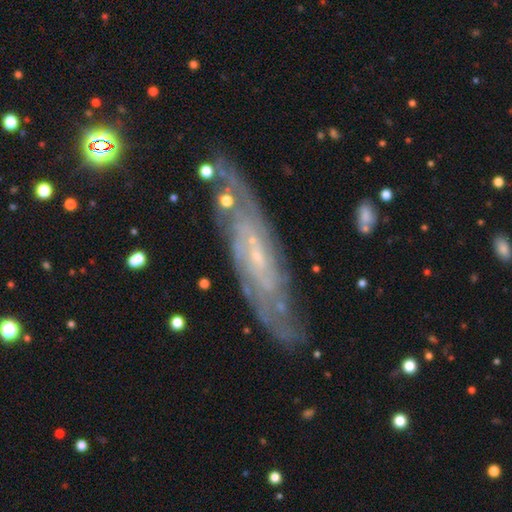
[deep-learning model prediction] smooth_or_featured: featured or disk (p=0.83) [alt: smooth p=0.10]
disk_edge_on: no (p=0.77) [alt: yes p=0.23]
bar: no (p=0.51) [alt: weak p=0.37]
has_spiral_arms: yes (p=0.95) [alt: no p=0.05]
spiral_winding: tight (p=0.62) [alt: medium p=0.30]
spiral_arm_count: can't tell (p=0.39) [alt: 2 p=0.32]
bulge_size: small (p=0.80) [alt: moderate p=0.11]
merging: none (p=0.79) [alt: minor disturbance p=0.14]